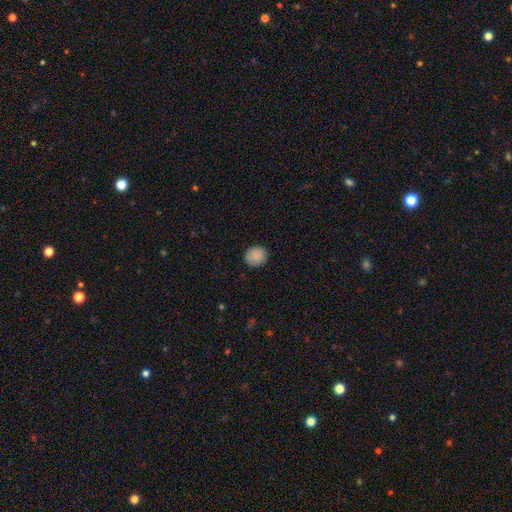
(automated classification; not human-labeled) smooth-or-featured: smooth: 89% | star or artifact: 8% | featured or disk: 3%
  how-rounded: round: 79% | in between: 21% | cigar-shaped: 1%
  merging: none: 90% | minor disturbance: 7% | major disturbance: 2% | merger: 1%